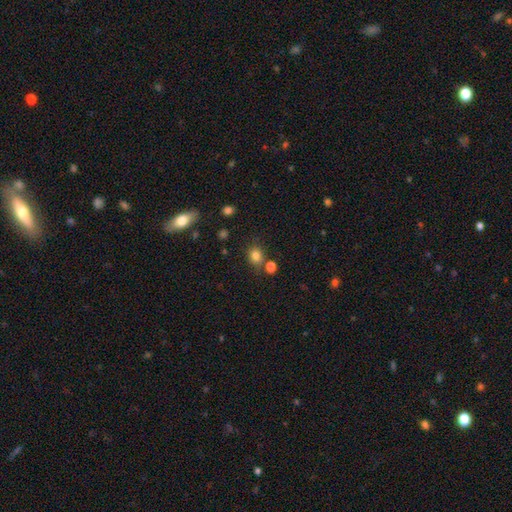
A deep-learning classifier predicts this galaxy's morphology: smooth 81%, star or artifact 13%, featured or disk 6%. Down the decision tree: how rounded — round (63%); merging — none (71%).